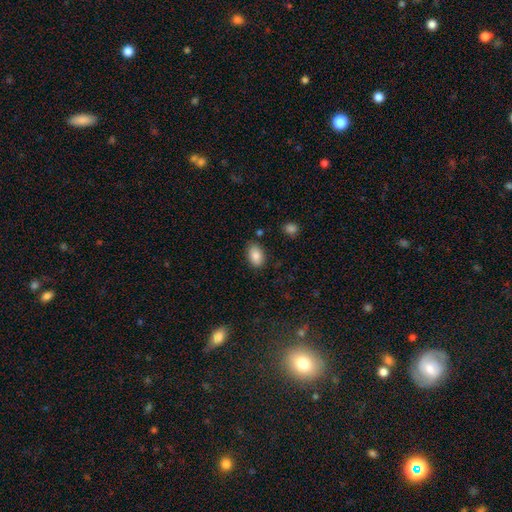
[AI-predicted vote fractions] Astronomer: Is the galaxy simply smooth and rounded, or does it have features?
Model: smooth — 86%.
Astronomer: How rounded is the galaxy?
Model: in between — 90%.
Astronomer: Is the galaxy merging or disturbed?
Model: none — 81%.